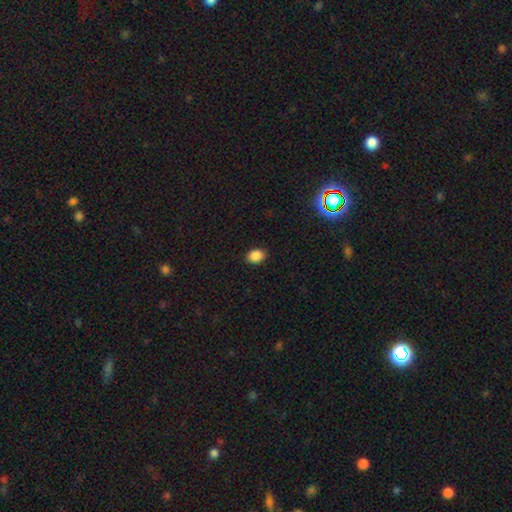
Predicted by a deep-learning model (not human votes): Morphology: type=smooth (88%); roundness=in between (66%); merging=none (90%).